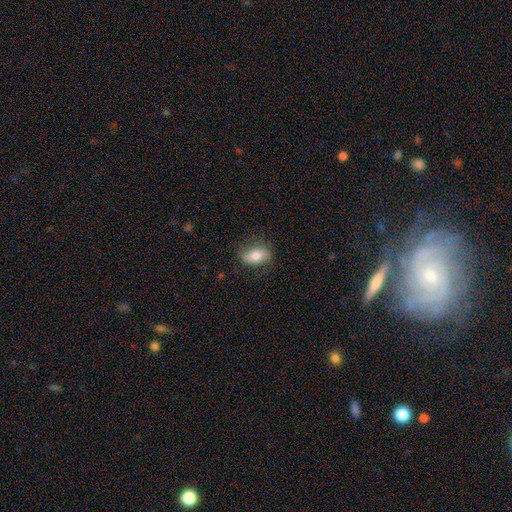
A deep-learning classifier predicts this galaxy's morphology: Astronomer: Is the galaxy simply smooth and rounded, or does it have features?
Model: smooth — 67%.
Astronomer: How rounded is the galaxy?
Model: in between — 86%.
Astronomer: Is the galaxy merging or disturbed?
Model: none — 75%.